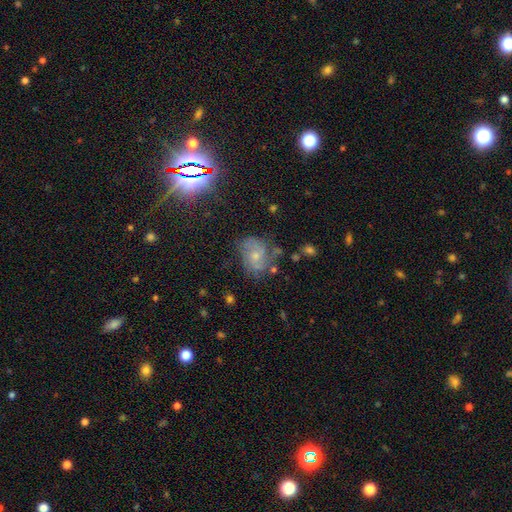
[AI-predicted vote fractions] The model was most divided on "bulge size": small: 53%, moderate: 39%, none: 4%, large: 2%, dominant: 1%. More confident: edge-on disk — no (97%); spiral arms — yes (76%); bar — no (75%); merging — none (55%); smooth or featured — featured or disk (54%).